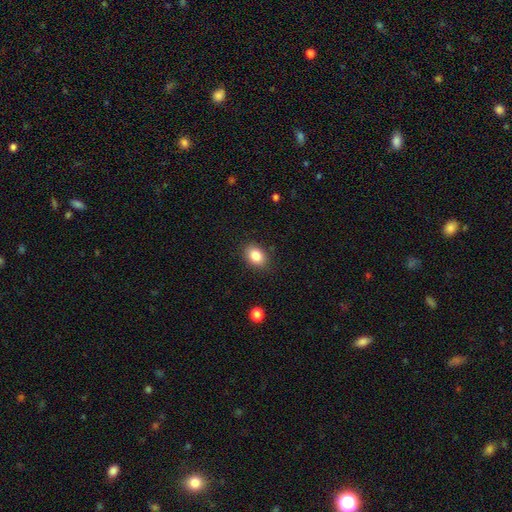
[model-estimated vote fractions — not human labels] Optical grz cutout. It shows a smooth galaxy with no disk features (85%) that is in between round and cigar-shaped (72%). Merging: none (87%).